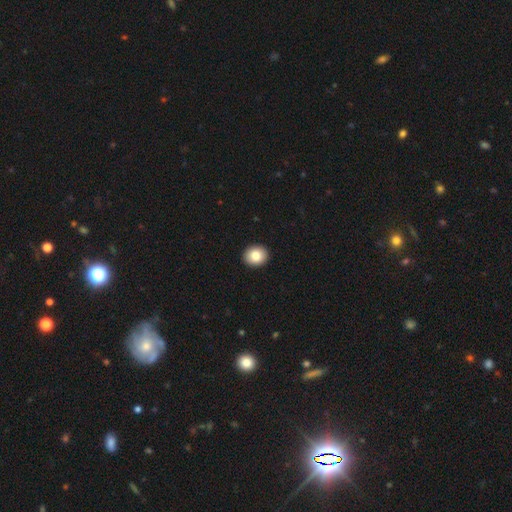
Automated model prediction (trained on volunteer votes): This appears to be a smooth galaxy with no disk features (84%) that is round (67%). Merging: none (93%).